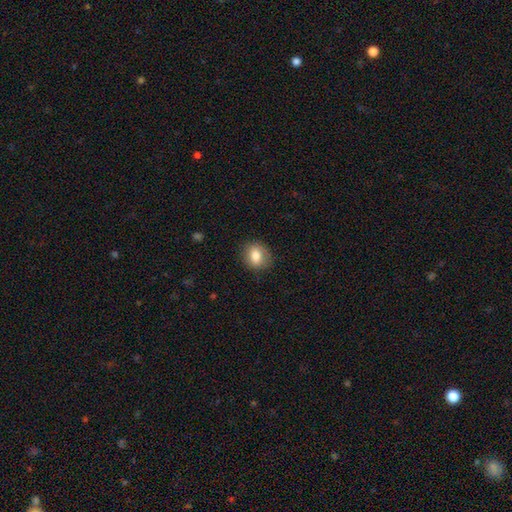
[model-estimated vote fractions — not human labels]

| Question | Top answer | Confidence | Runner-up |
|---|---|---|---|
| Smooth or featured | smooth | 82% | featured or disk (10%) |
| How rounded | round | 64% | in between (35%) |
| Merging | none | 84% | minor disturbance (12%) |